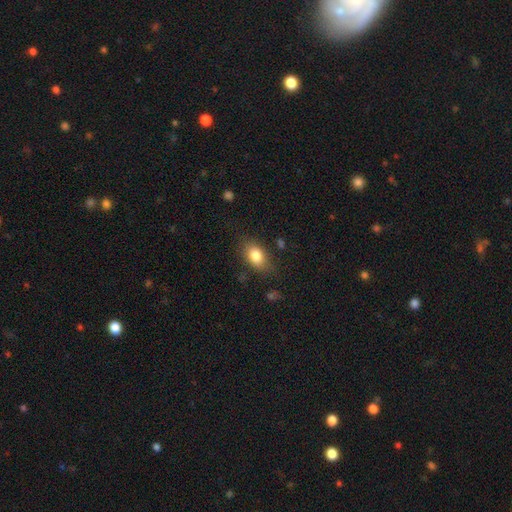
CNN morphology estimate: Smooth or featured?
  - smooth: 82% *
  - featured or disk: 10%
  - star or artifact: 8%
How rounded?
  - in between: 83% *
  - round: 14%
  - cigar-shaped: 3%
Merging?
  - none: 77% *
  - minor disturbance: 17%
  - major disturbance: 5%
  - merger: 2%